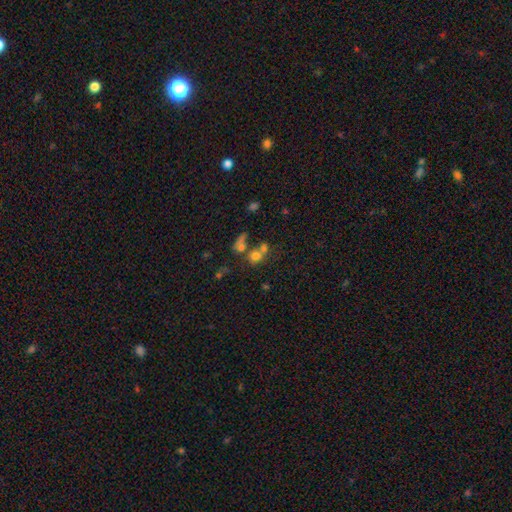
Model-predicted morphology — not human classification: smooth 66%, star or artifact 17%, featured or disk 17%. Down the decision tree: how rounded — round (74%); merging — merger (46%).